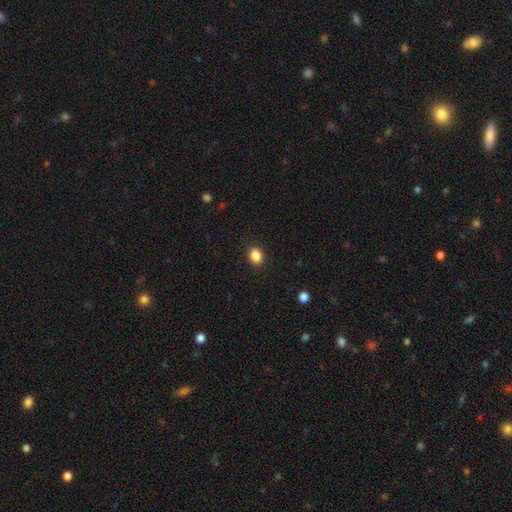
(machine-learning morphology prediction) smooth 86%, star or artifact 10%, featured or disk 3%. Down the decision tree: how rounded — in between (57%); merging — none (90%).